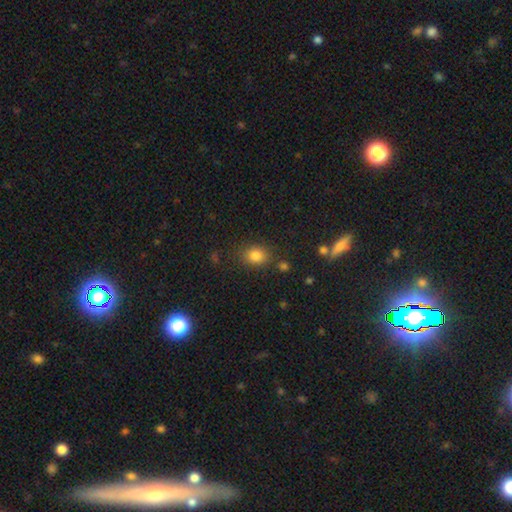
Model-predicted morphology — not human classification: Smooth or featured? smooth (82%)
How rounded? in between (50%)
Merging? none (80%)